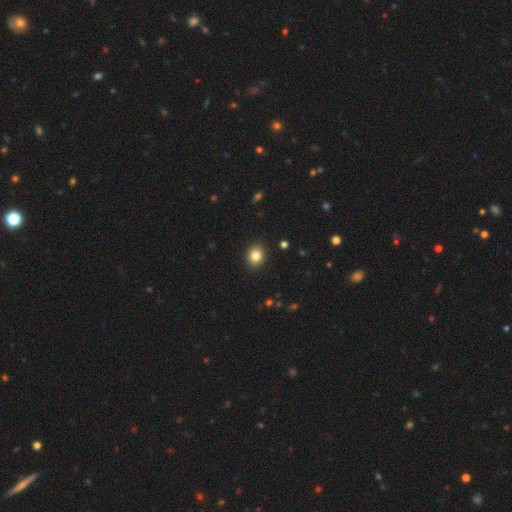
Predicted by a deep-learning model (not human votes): This is clearly a smooth galaxy (84%). How rounded: likely round (64%). Merging: clearly none (91%).